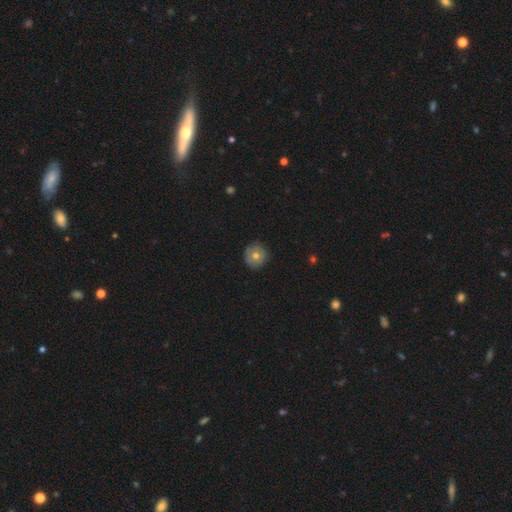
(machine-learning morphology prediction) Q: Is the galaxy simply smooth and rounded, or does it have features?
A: smooth — 69%.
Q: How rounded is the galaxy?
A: round — 94%.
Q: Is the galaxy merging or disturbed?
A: none — 89%.